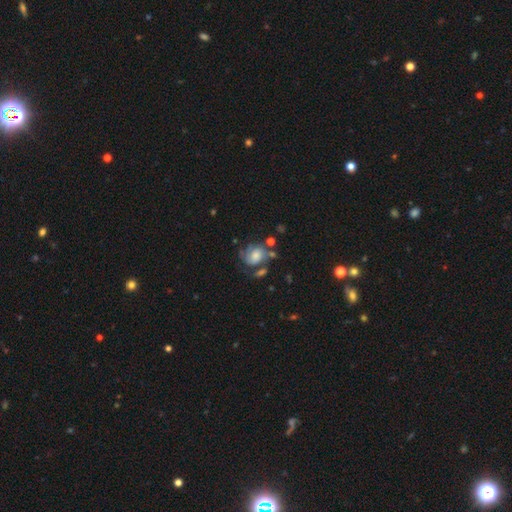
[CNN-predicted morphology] smooth_or_featured: featured or disk (p=0.46) [alt: smooth p=0.45]
merging: none (p=0.41) [alt: minor disturbance p=0.25]